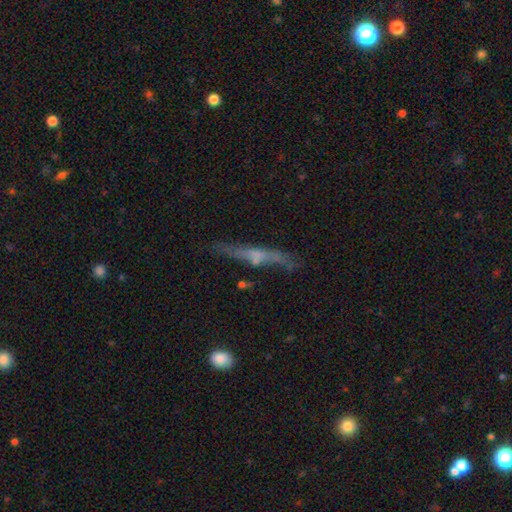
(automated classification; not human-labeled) Morphology: type=featured or disk (67%); edge-on=yes (88%); edge-on bulge=rounded (61%); merging=none (75%).